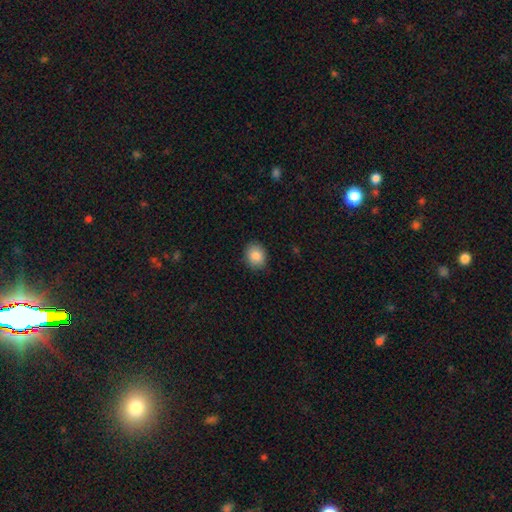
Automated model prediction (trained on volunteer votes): smooth 86%, star or artifact 8%, featured or disk 5%. Down the decision tree: how rounded — round (59%); merging — none (87%).